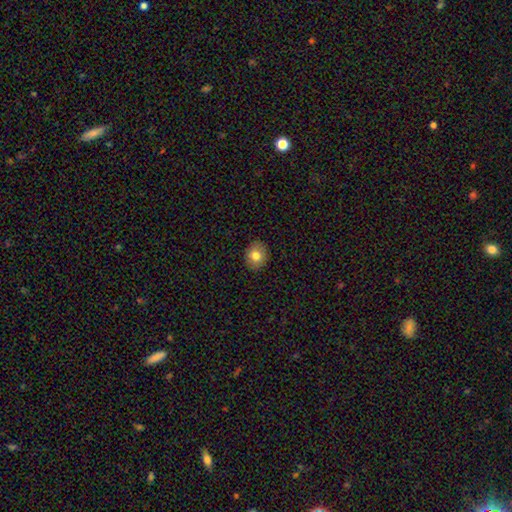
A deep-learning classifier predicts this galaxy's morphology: Smooth or featured? smooth (78%)
How rounded? round (60%)
Merging? none (90%)